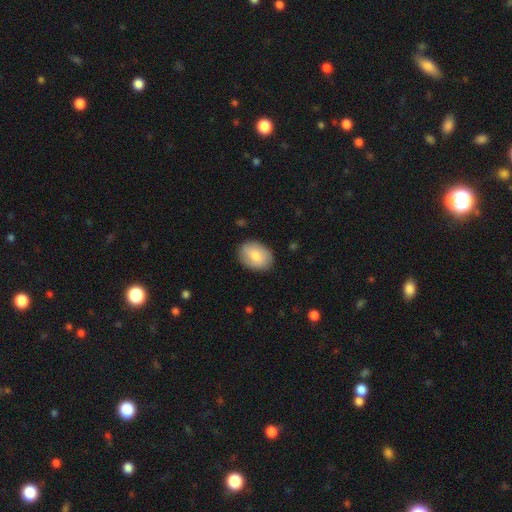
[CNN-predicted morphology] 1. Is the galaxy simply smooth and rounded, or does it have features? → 76% smooth, 18% featured or disk, 6% star or artifact.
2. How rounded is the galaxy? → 72% in between, 27% round, 1% cigar-shaped.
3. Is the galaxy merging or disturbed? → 85% none, 11% minor disturbance, 3% major disturbance, 1% merger.